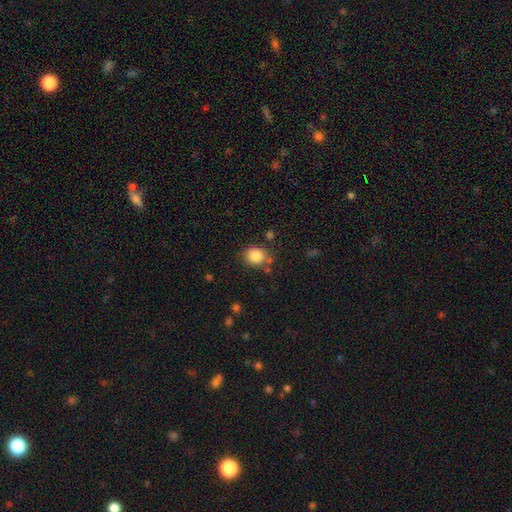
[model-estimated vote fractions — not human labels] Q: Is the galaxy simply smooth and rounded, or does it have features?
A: smooth — 85%.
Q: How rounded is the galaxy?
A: round — 64%.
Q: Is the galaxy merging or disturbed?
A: none — 74%.